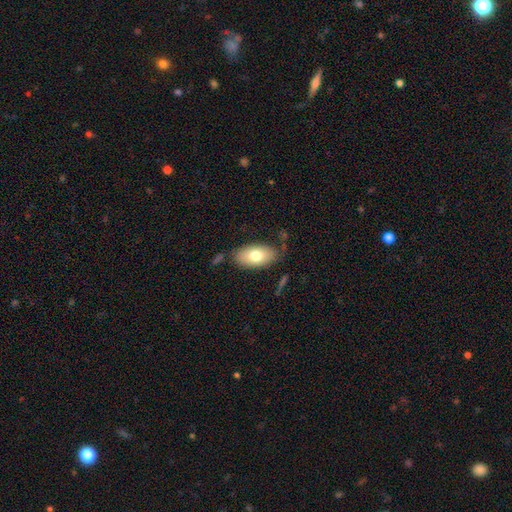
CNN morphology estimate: Overall: smooth (75%). How rounded: in between (94%). Merging: none (76%).